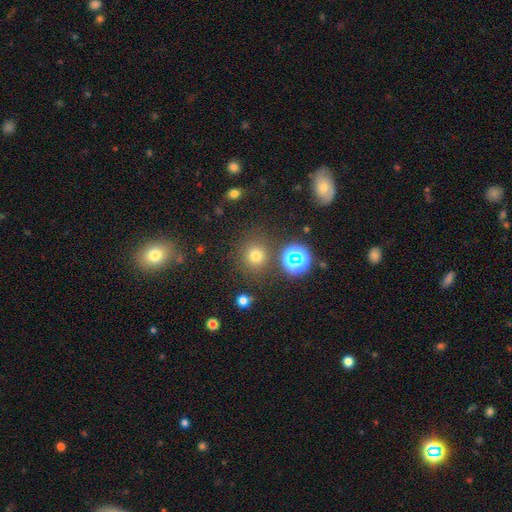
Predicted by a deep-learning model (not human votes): Overall: smooth (70%). How rounded: round (91%). Merging: none (83%).